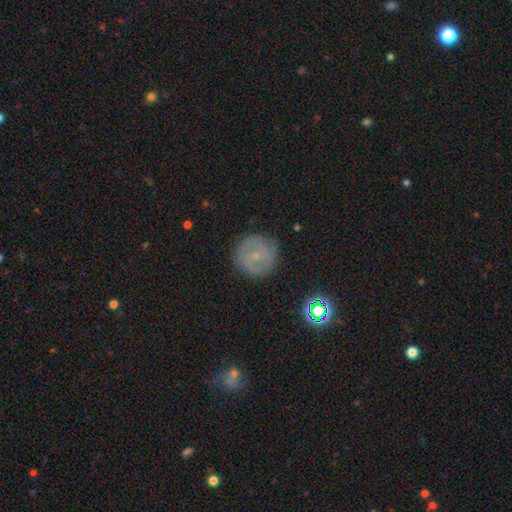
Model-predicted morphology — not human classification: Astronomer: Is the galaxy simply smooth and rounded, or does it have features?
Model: featured or disk — 56% (runner-up: smooth, 34%).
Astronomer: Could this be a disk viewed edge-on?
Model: no — 97%.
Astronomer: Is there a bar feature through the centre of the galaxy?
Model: no — 45% (runner-up: weak, 43%).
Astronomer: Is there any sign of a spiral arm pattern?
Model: yes — 75%.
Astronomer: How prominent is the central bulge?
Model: small — 76%.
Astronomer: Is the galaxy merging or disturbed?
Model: none — 83%.